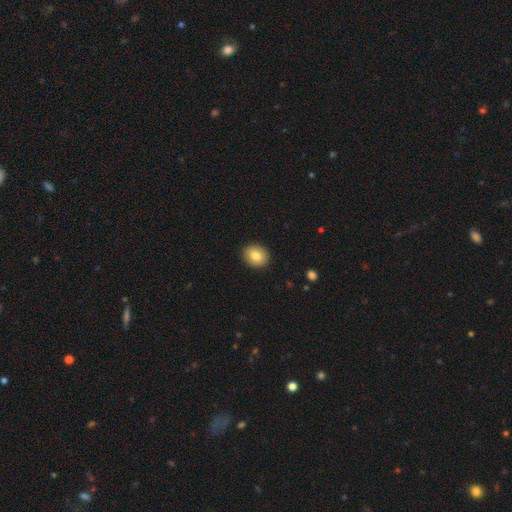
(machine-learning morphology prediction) This appears to be a smooth galaxy with no disk features (81%) that is round (62%). Merging: none (91%).